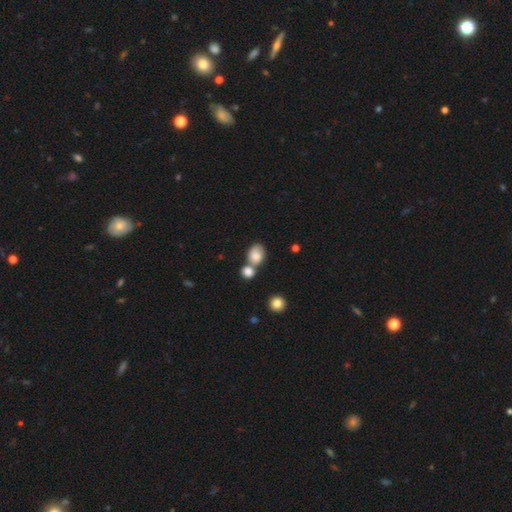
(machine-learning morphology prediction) Q: Smooth or featured?
A: smooth (80%); runner-up: featured or disk (11%)
Q: How rounded?
A: in between (59%); runner-up: round (40%)
Q: Merging?
A: merger (45%); runner-up: none (37%)